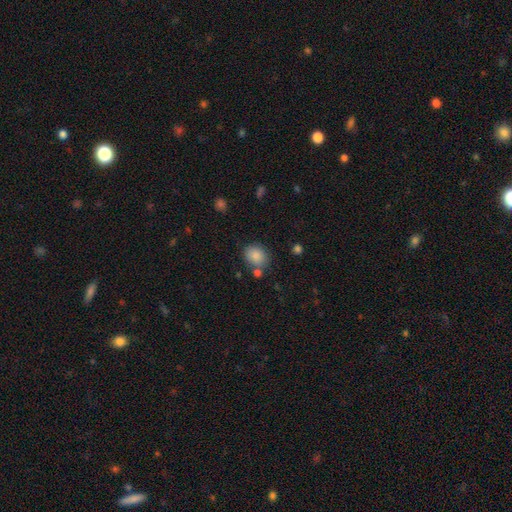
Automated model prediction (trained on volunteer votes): Morphology: type=smooth (86%); roundness=round (59%); merging=none (73%).